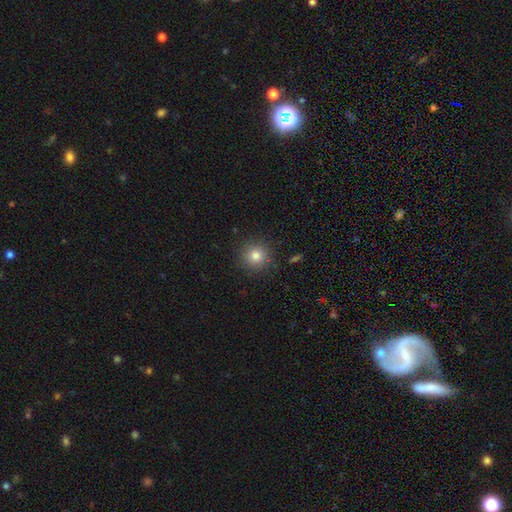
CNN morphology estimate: type=smooth (82%); roundness=round (94%); merging=none (89%).